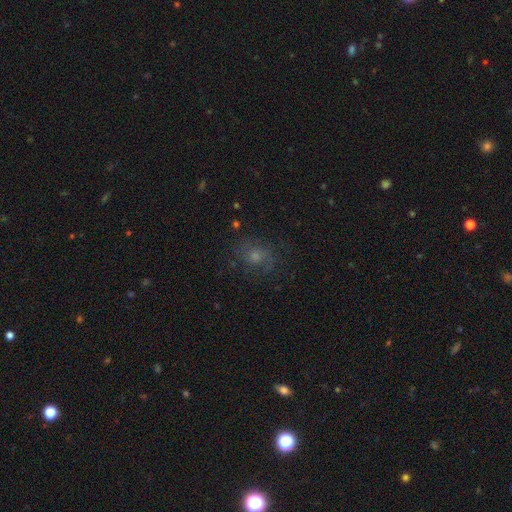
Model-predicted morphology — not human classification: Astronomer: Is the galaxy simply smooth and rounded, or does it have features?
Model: featured or disk — 40% (runner-up: smooth, 35%).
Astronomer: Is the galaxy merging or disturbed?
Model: none — 72%.